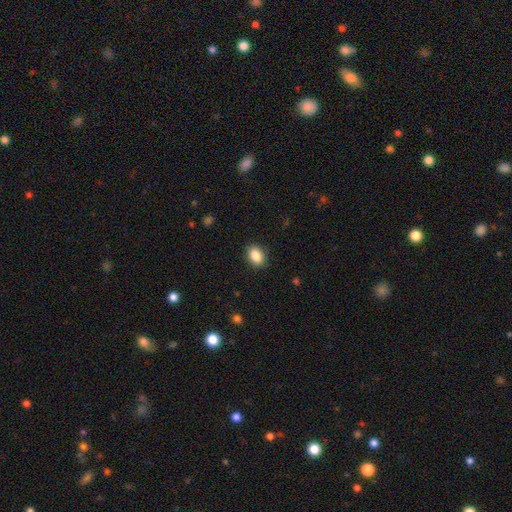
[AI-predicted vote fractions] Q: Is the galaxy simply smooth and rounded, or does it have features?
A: smooth — 87%.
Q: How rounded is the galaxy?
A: in between — 76%.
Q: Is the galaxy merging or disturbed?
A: none — 88%.